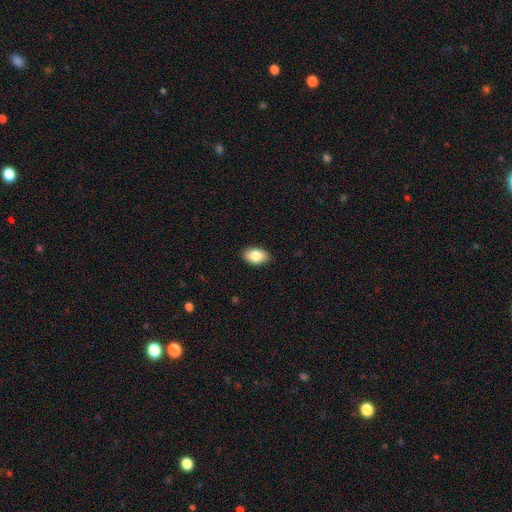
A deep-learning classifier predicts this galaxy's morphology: This is clearly a smooth galaxy (84%). How rounded: clearly in between (89%). Merging: clearly none (88%).